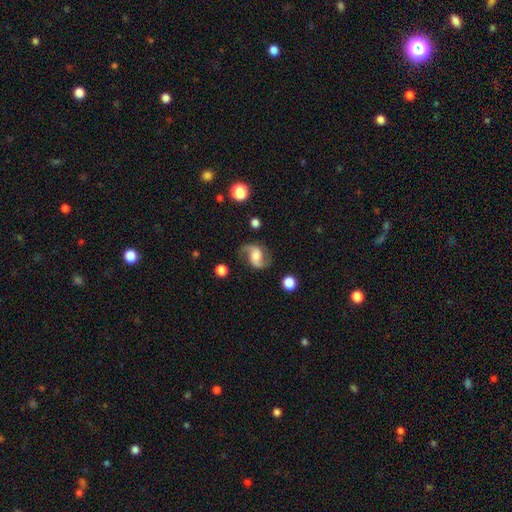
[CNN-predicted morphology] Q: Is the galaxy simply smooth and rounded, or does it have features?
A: featured or disk — 86%.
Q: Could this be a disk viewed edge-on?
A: no — 98%.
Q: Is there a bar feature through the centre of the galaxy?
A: no — 50%.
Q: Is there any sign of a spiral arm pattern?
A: yes — 97%.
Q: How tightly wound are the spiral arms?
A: loose — 61%.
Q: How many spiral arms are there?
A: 2 — 94%.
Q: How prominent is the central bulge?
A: moderate — 34%.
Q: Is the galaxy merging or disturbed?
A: none — 79%.